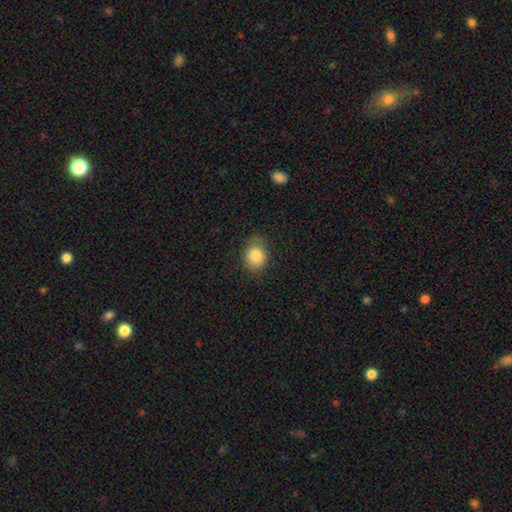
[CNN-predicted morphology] A smooth galaxy with no disk features (84%) that is round (58%).

Vote fractions:
- Smooth or featured? smooth: 84% / star or artifact: 9% / featured or disk: 7%
- How rounded? round: 58% / in between: 41% / cigar-shaped: 1%
- Merging? none: 71% / minor disturbance: 21% / major disturbance: 6% / merger: 1%